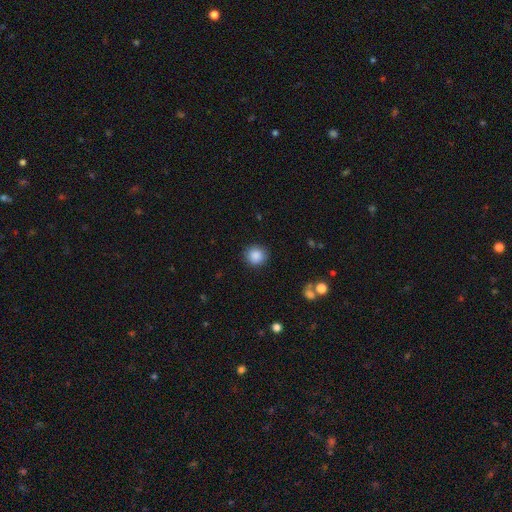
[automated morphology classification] smooth-or-featured: smooth: 88% | star or artifact: 9% | featured or disk: 4%
  how-rounded: round: 92% | in between: 7% | cigar-shaped: 1%
  merging: none: 90% | minor disturbance: 7% | major disturbance: 2% | merger: 1%